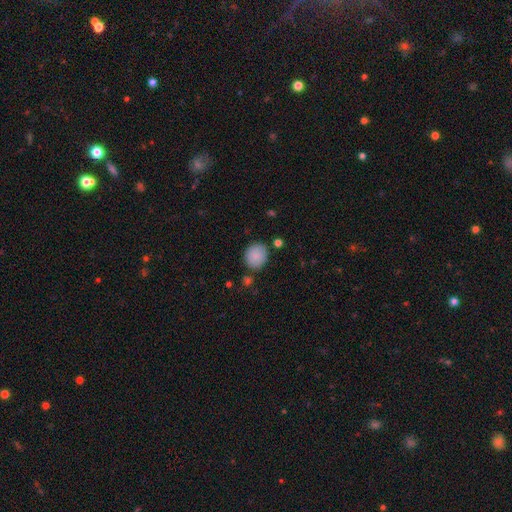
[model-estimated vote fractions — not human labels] A smooth galaxy with no disk features (88%) that is round (76%). Merging: none (79%).